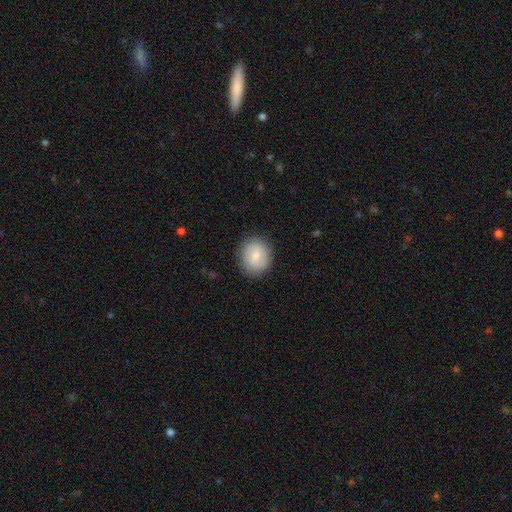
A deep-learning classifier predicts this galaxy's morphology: Q: Smooth or featured?
A: smooth (76%); runner-up: featured or disk (16%)
Q: How rounded?
A: round (79%); runner-up: in between (20%)
Q: Merging?
A: none (87%); runner-up: minor disturbance (9%)